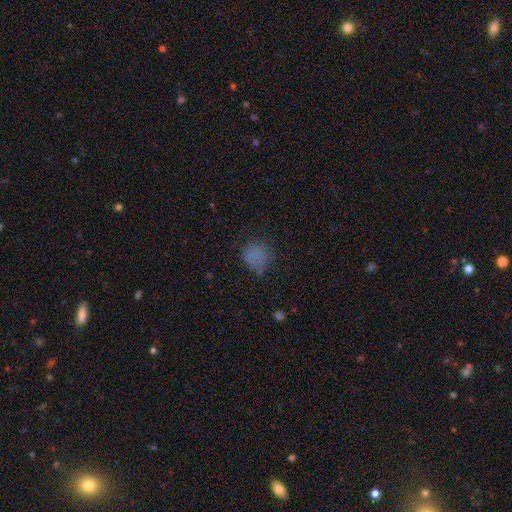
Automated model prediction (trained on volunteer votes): Smooth or featured? Predicted: smooth (p=0.75). How rounded? Predicted: round (p=0.84). Merging? Predicted: none (p=0.68).